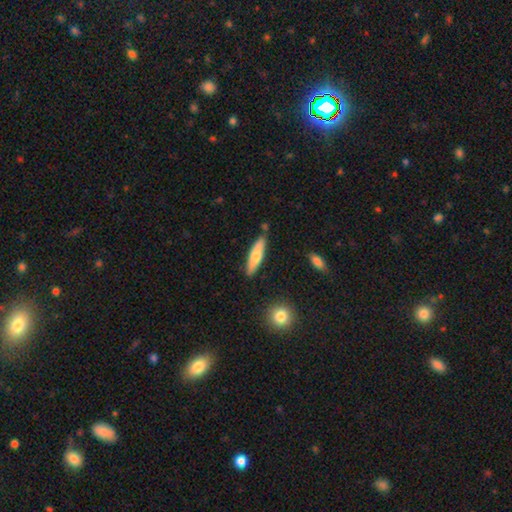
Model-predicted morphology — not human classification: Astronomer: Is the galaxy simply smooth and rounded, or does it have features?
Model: smooth — 65%.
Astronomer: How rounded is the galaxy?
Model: cigar-shaped — 71%.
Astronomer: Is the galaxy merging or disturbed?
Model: none — 82%.